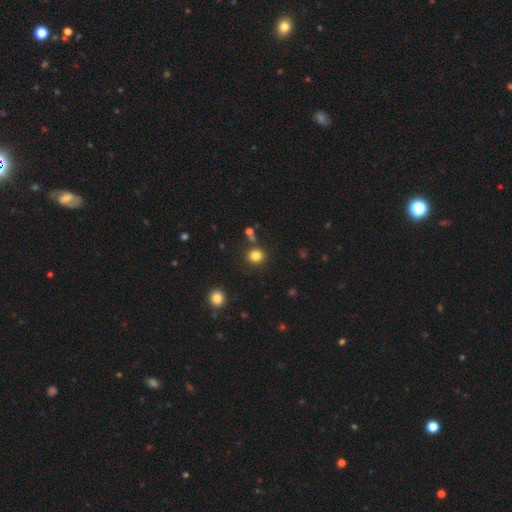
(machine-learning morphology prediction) smooth-or-featured: smooth: 82% | star or artifact: 13% | featured or disk: 5%
  how-rounded: round: 85% | in between: 14% | cigar-shaped: 1%
  merging: none: 84% | minor disturbance: 8% | merger: 6% | major disturbance: 3%